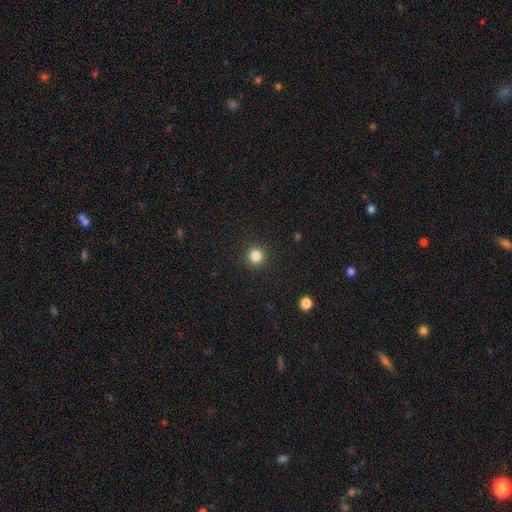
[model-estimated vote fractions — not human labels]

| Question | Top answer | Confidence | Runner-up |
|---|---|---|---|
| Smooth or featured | smooth | 83% | star or artifact (12%) |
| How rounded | round | 94% | in between (5%) |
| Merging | none | 92% | minor disturbance (5%) |